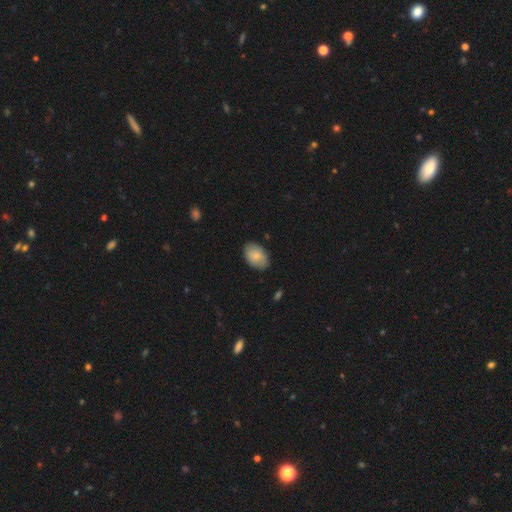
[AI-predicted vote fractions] Smooth or featured? smooth (81%)
How rounded? in between (89%)
Merging? none (84%)